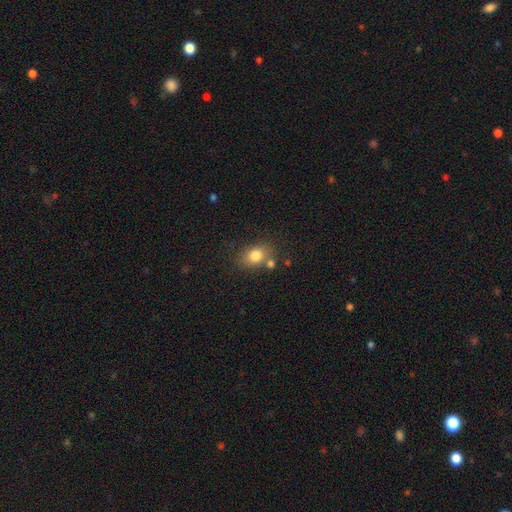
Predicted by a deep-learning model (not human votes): This is clearly a smooth galaxy (81%). How rounded: likely in between (62%). Merging: likely none (65%).